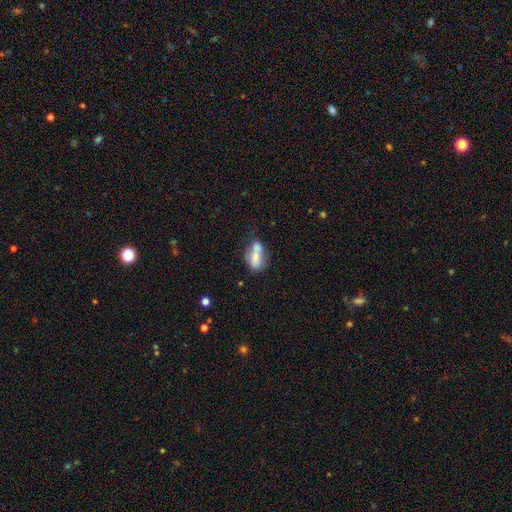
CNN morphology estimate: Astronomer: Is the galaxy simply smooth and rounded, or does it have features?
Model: smooth — 66%.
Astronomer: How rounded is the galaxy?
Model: in between — 80%.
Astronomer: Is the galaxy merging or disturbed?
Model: merger — 37% (runner-up: none, 35%).